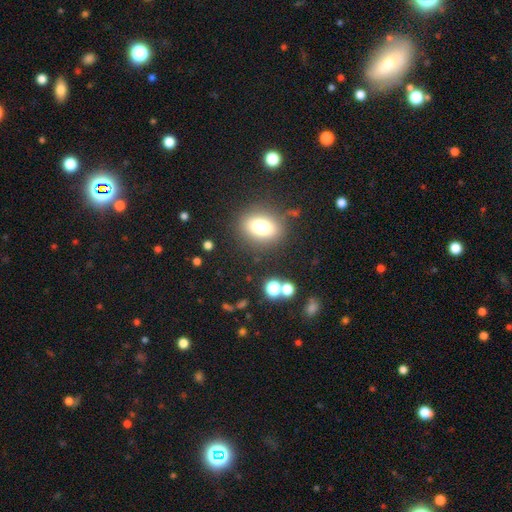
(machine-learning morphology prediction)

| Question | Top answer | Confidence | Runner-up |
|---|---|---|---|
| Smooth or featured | smooth | 59% | star or artifact (29%) |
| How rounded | in between | 62% | round (34%) |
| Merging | none | 86% | minor disturbance (8%) |